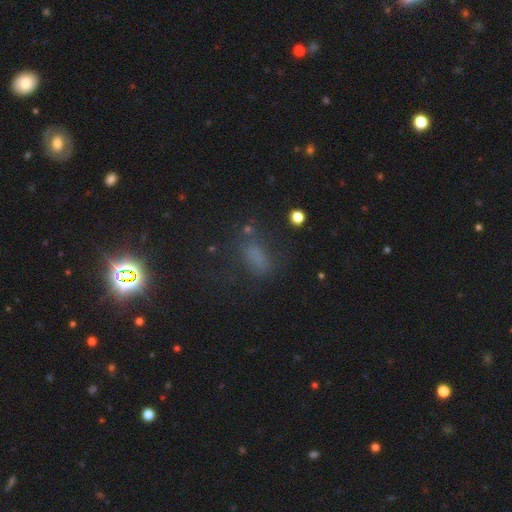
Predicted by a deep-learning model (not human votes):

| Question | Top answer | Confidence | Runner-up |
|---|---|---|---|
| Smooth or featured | smooth | 56% | star or artifact (31%) |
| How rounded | in between | 69% | cigar-shaped (19%) |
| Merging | none | 62% | minor disturbance (19%) |